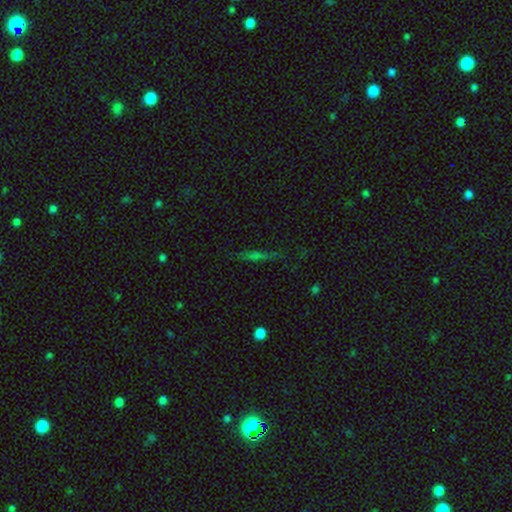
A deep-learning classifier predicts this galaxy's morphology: The model was most divided on "smooth or featured": featured or disk: 41%, smooth: 35%, star or artifact: 24%. More confident: merging — none (83%).